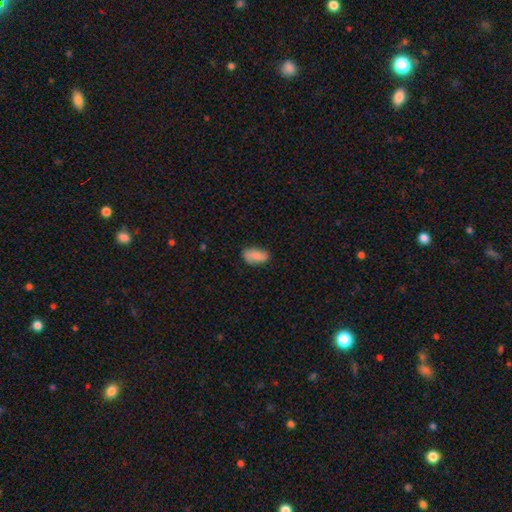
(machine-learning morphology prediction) Q: Smooth or featured?
A: smooth (80%); runner-up: featured or disk (12%)
Q: How rounded?
A: in between (90%); runner-up: cigar-shaped (6%)
Q: Merging?
A: none (73%); runner-up: minor disturbance (21%)